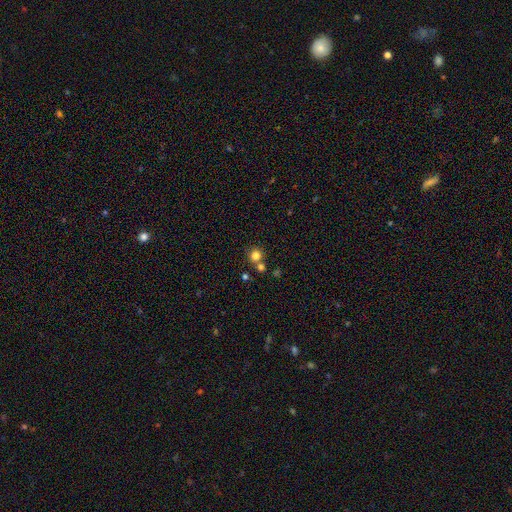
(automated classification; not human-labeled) The model was most divided on "merging": none: 64%, merger: 25%, minor disturbance: 8%, major disturbance: 3%. More confident: how rounded — round (90%); smooth or featured — smooth (79%).